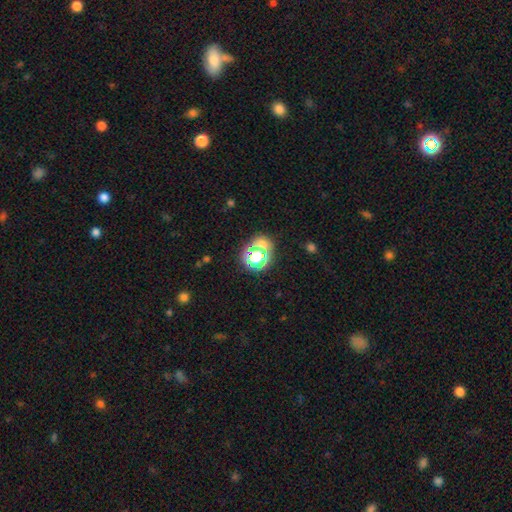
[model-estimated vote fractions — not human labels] Smooth or featured: smooth — 45% (star or artifact — 40%)
Merging: none — 60% (minor disturbance — 15%)